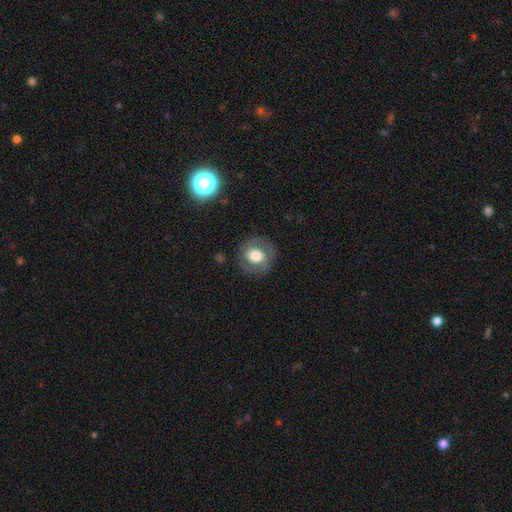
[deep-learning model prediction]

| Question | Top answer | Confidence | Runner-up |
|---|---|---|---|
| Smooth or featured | smooth | 60% | featured or disk (32%) |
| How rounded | round | 79% | in between (20%) |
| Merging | none | 80% | minor disturbance (13%) |